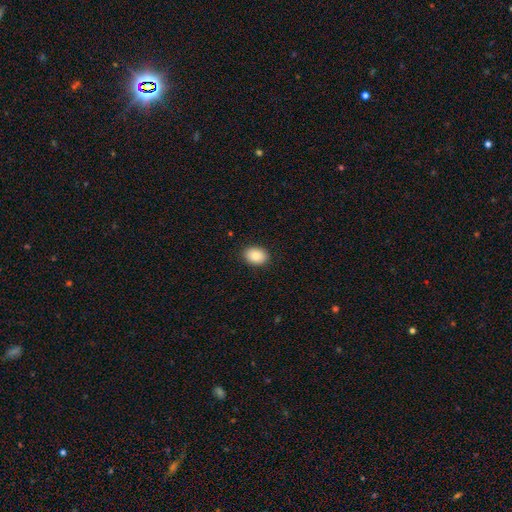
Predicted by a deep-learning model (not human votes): smooth-or-featured: smooth: 86% | star or artifact: 8% | featured or disk: 7%
  how-rounded: in between: 72% | round: 27% | cigar-shaped: 1%
  merging: none: 90% | minor disturbance: 8% | major disturbance: 2% | merger: 1%